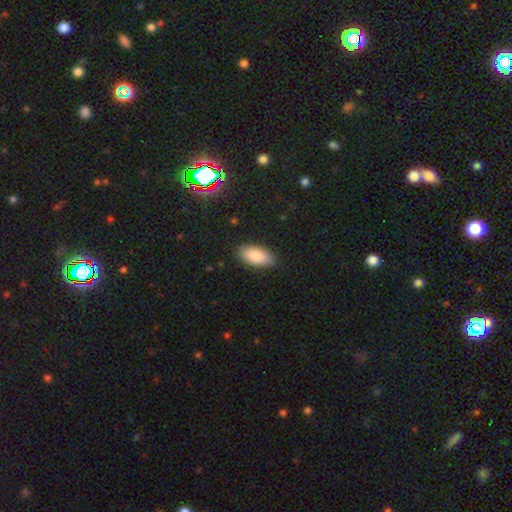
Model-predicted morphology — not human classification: smooth_or_featured: smooth (p=0.86) [alt: featured or disk p=0.08]
how_rounded: in between (p=0.92) [alt: cigar-shaped p=0.06]
merging: none (p=0.86) [alt: minor disturbance p=0.11]